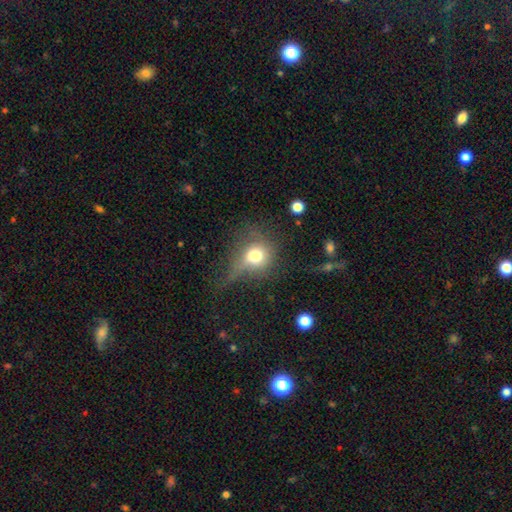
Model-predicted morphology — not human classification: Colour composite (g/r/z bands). It shows a smooth galaxy with no disk features (66%) that is round (72%). Merging: none (37%).